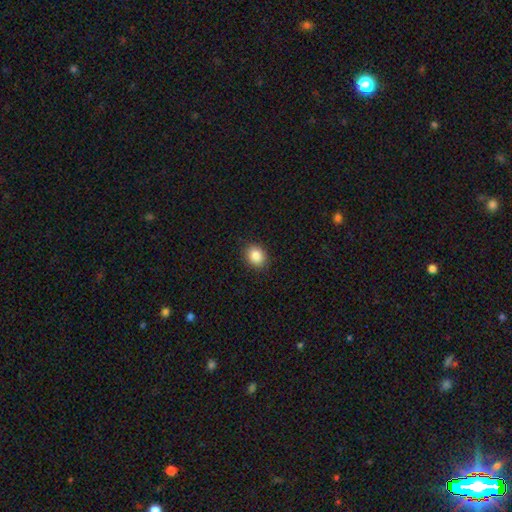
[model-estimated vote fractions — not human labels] smooth_or_featured: smooth (p=0.86) [alt: star or artifact p=0.09]
how_rounded: round (p=0.61) [alt: in between p=0.38]
merging: none (p=0.90) [alt: minor disturbance p=0.07]